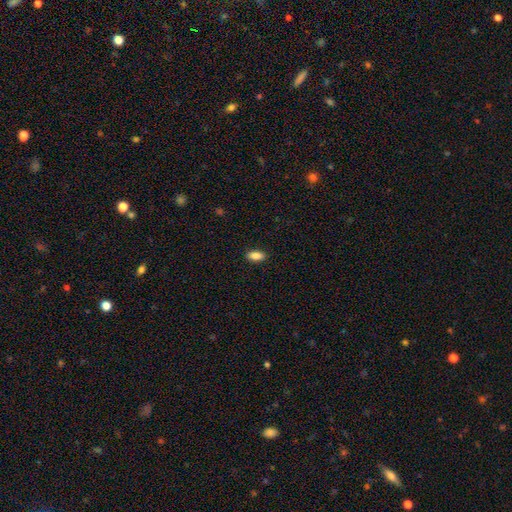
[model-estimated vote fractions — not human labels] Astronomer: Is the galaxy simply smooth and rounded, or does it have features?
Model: smooth — 87%.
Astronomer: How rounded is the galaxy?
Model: in between — 88%.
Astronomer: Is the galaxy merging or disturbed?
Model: none — 89%.